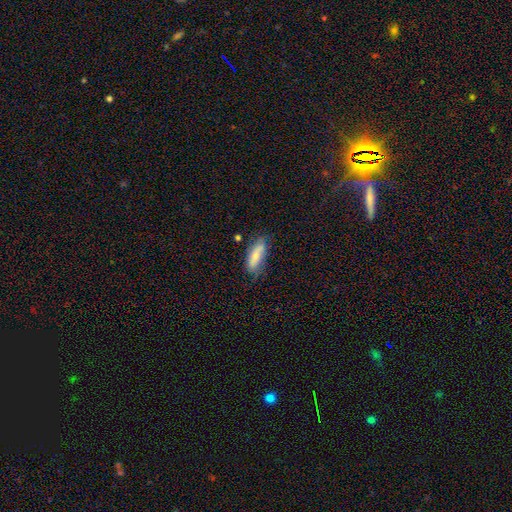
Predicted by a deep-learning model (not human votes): Smooth or featured? smooth (75%)
How rounded? in between (62%)
Merging? none (64%)